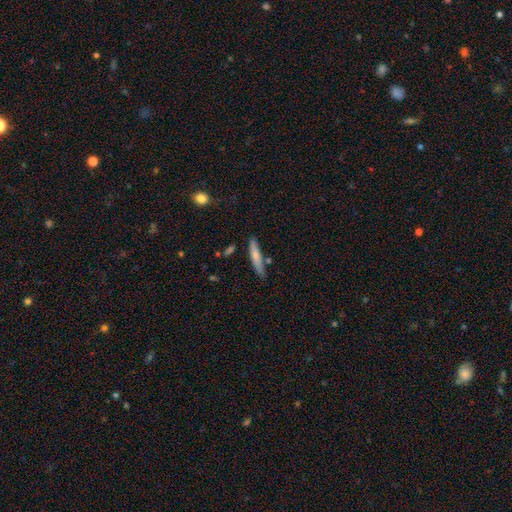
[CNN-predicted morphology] Smooth or featured? smooth (67%)
How rounded? cigar-shaped (88%)
Merging? none (76%)